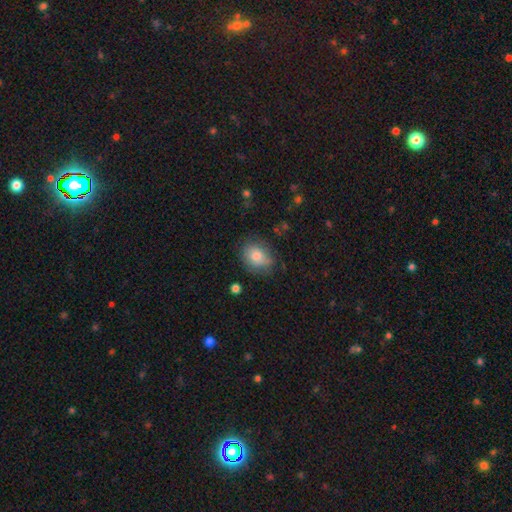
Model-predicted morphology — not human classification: smooth 80%, featured or disk 12%, star or artifact 8%. Down the decision tree: how rounded — in between (54%); merging — none (71%).